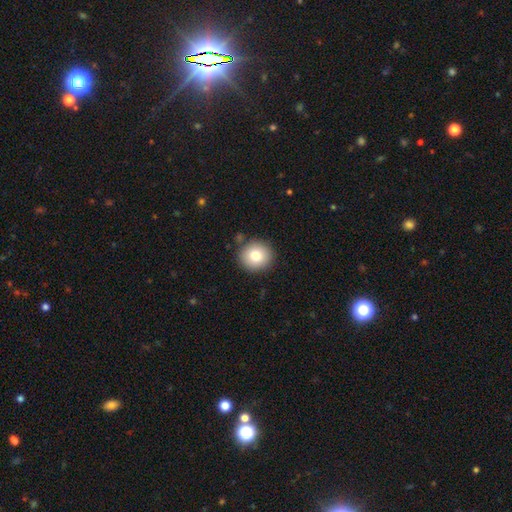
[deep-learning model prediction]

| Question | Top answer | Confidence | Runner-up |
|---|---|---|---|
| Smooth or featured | smooth | 78% | featured or disk (11%) |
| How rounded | round | 90% | in between (9%) |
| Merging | none | 87% | minor disturbance (8%) |